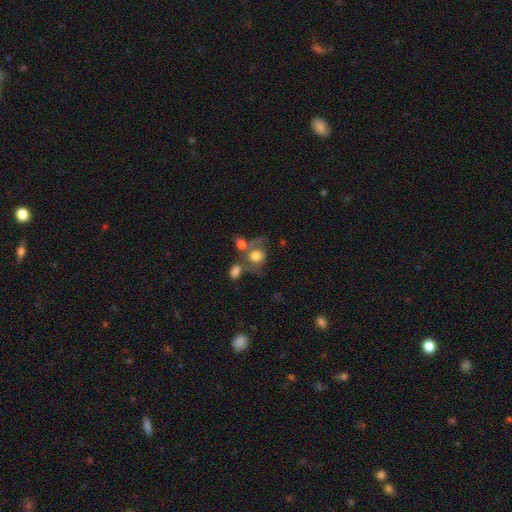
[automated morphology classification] This appears to be a smooth galaxy with no disk features (60%) that is round (57%). Merging: merger (35%).